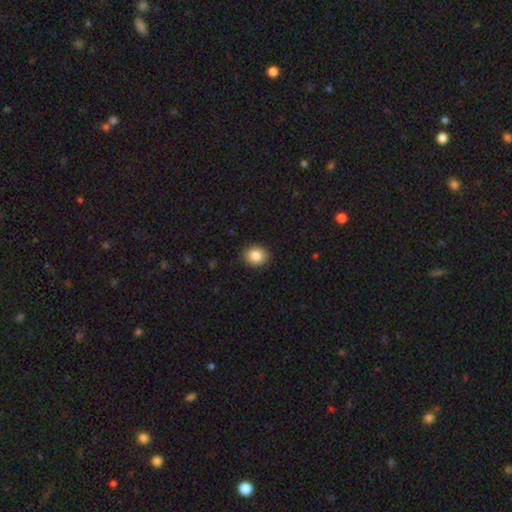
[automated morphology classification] Q: Smooth or featured?
A: smooth (86%); runner-up: star or artifact (9%)
Q: How rounded?
A: round (60%); runner-up: in between (39%)
Q: Merging?
A: none (90%); runner-up: minor disturbance (7%)